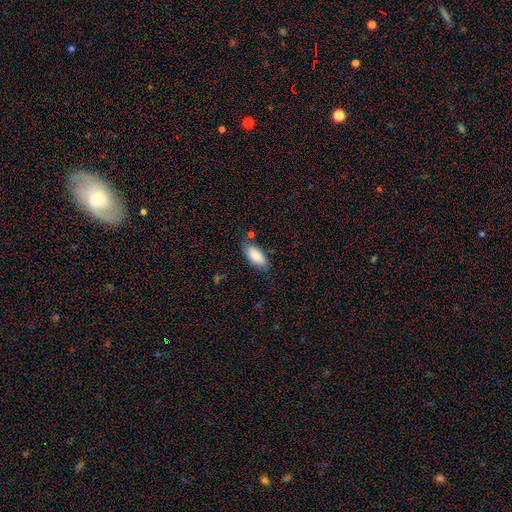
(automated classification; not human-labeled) The model was most divided on "merging": none: 74%, minor disturbance: 18%, merger: 4%, major disturbance: 4%. More confident: how rounded — in between (90%); smooth or featured — smooth (86%).